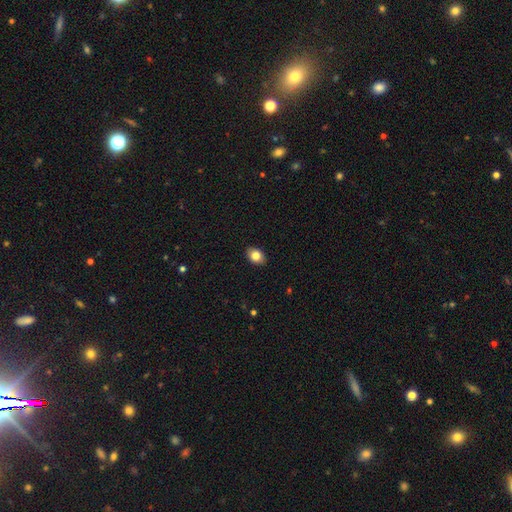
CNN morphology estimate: smooth 81%, featured or disk 10%, star or artifact 8%. Down the decision tree: how rounded — in between (79%); merging — none (89%).